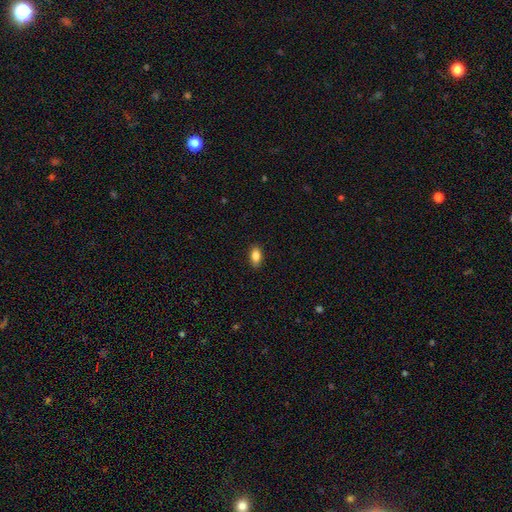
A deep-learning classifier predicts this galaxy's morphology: A smooth galaxy with no disk features (85%) that is in between round and cigar-shaped (88%).

Vote fractions:
- Smooth or featured? smooth: 85% / star or artifact: 8% / featured or disk: 7%
- How rounded? in between: 88% / round: 6% / cigar-shaped: 6%
- Merging? none: 87% / minor disturbance: 10% / major disturbance: 2% / merger: 1%